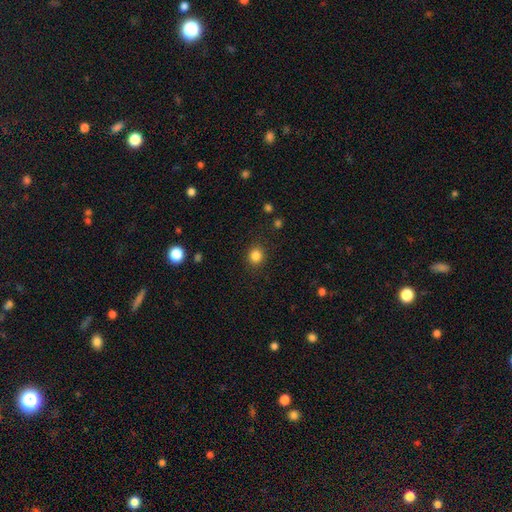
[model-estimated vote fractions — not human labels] The model was most divided on "how rounded": round: 82%, in between: 17%, cigar-shaped: 1%. More confident: merging — none (88%); smooth or featured — smooth (84%).